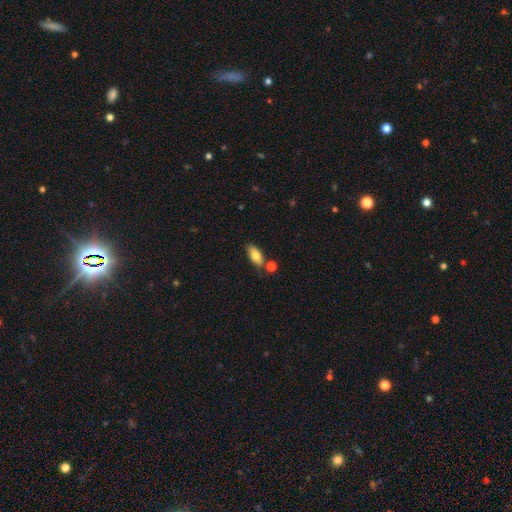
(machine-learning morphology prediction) Smooth or featured? smooth (76%)
How rounded? in between (84%)
Merging? none (70%)